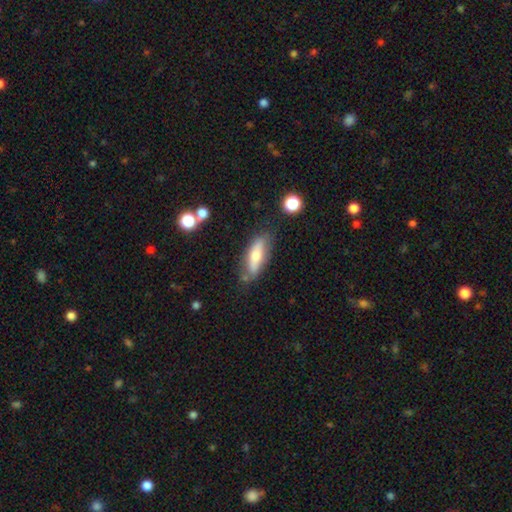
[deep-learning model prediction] smooth-or-featured: smooth: 57% | featured or disk: 36% | star or artifact: 7%
  how-rounded: in between: 51% | cigar-shaped: 47% | round: 2%
  merging: none: 74% | minor disturbance: 18% | major disturbance: 4% | merger: 4%